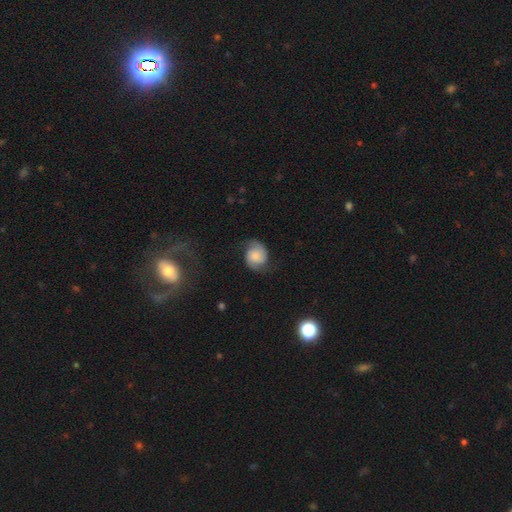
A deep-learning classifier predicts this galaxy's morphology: Overall: featured or disk (56%; smooth 35%). Edge-on disk: no (98%). Bar: no (70%). Spiral arms: yes (92%). Spiral arm count: 2 (89%). Spiral winding: medium (43%; loose 32%). Bulge size: small (31%; moderate 26%). Merging: none (66%).